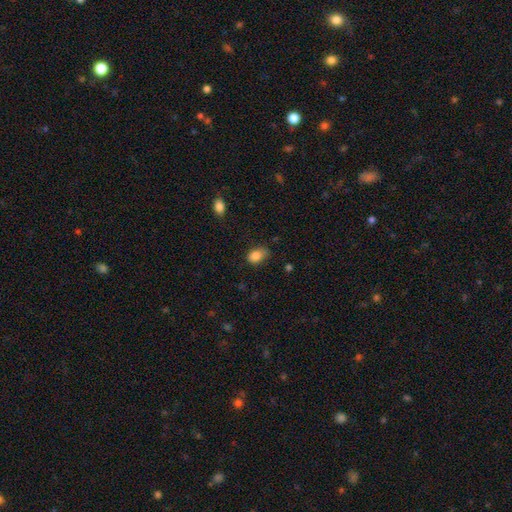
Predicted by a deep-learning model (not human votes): A smooth galaxy with no disk features (84%) that is in between round and cigar-shaped (73%).

Vote fractions:
- Smooth or featured? smooth: 84% / star or artifact: 10% / featured or disk: 6%
- How rounded? in between: 73% / round: 26% / cigar-shaped: 1%
- Merging? none: 52% / minor disturbance: 36% / major disturbance: 10% / merger: 2%